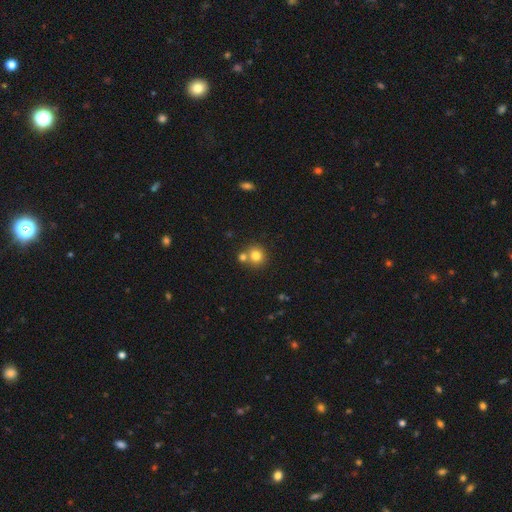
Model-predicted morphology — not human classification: smooth 79%, star or artifact 12%, featured or disk 9%. Down the decision tree: how rounded — round (88%); merging — none (61%).